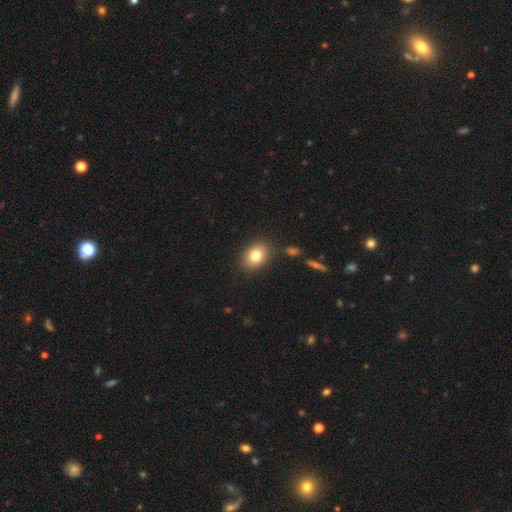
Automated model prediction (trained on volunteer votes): This appears to be a smooth galaxy with no disk features (80%) that is in between round and cigar-shaped (65%). Merging: none (84%).